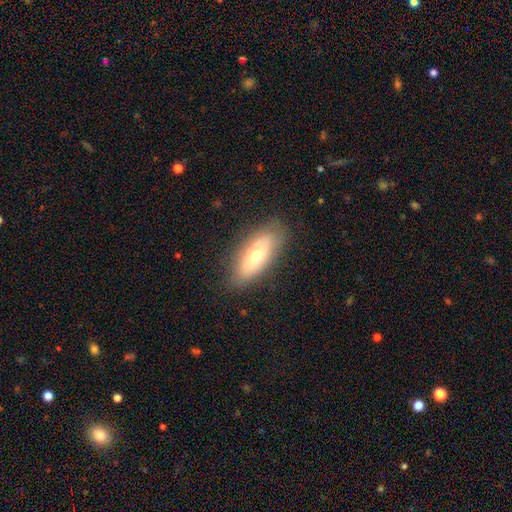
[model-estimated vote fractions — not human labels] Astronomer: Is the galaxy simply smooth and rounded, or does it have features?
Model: smooth — 61%.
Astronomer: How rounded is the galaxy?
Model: in between — 74%.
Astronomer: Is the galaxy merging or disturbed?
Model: none — 82%.